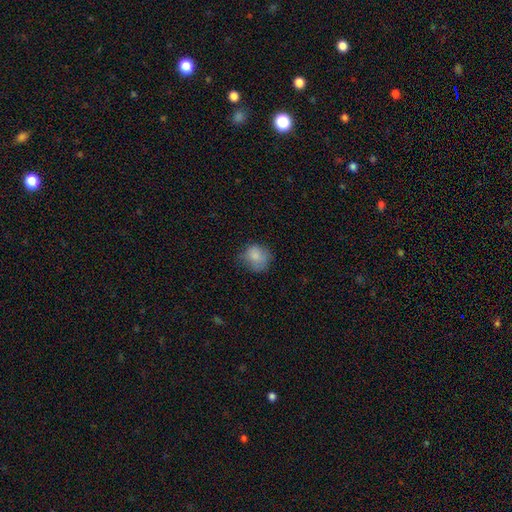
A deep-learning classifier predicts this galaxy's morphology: Smooth or featured? smooth (82%)
How rounded? round (76%)
Merging? none (61%)